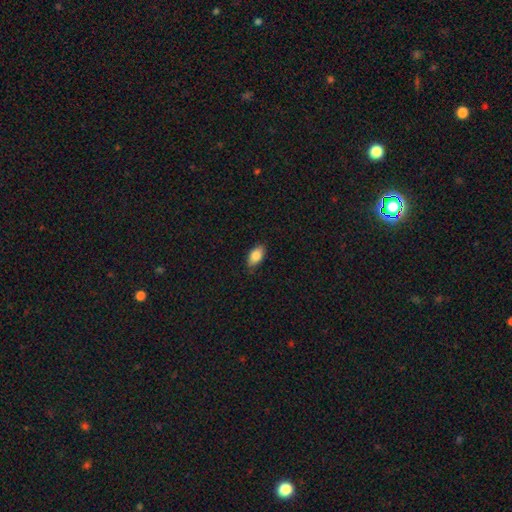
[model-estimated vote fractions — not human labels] This appears to be a smooth galaxy with no disk features (83%) that is in between round and cigar-shaped (90%). Merging: none (85%).